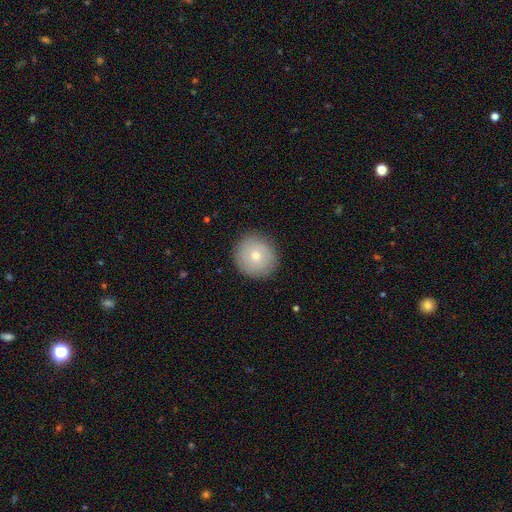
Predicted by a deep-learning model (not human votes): smooth-or-featured: smooth: 73% | featured or disk: 19% | star or artifact: 8%
  how-rounded: round: 92% | in between: 7% | cigar-shaped: 1%
  merging: none: 89% | minor disturbance: 8% | major disturbance: 2% | merger: 1%